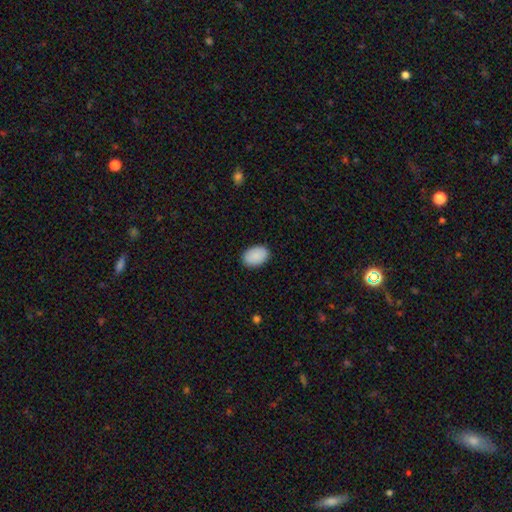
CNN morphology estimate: Smooth or featured? Predicted: smooth (p=0.91). How rounded? Predicted: in between (p=0.87). Merging? Predicted: none (p=0.89).